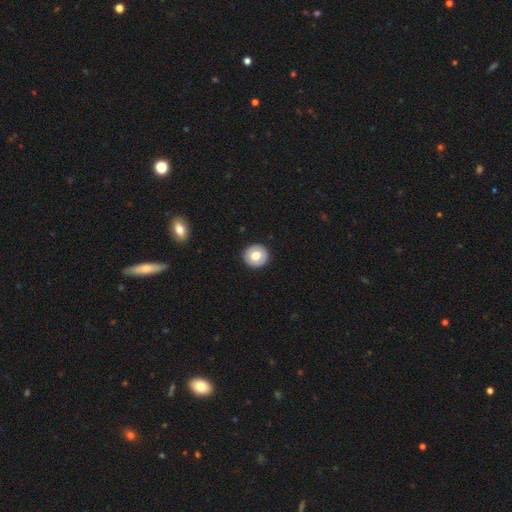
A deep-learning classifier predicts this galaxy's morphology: smooth_or_featured: smooth (p=0.70) [alt: featured or disk p=0.23]
how_rounded: round (p=0.93) [alt: in between p=0.06]
merging: none (p=0.92) [alt: minor disturbance p=0.05]